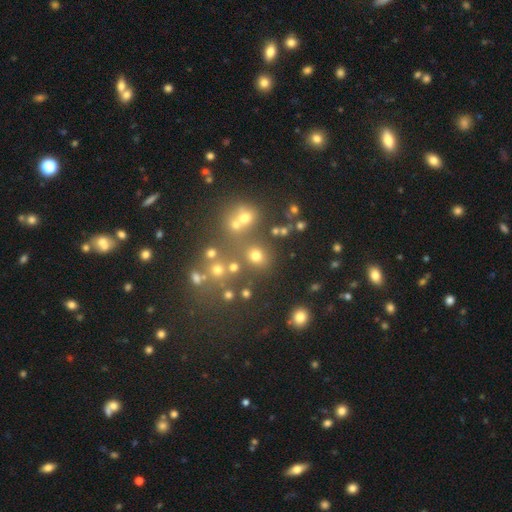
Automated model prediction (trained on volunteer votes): A smooth galaxy with no disk features (62%) that is round (75%). Merging: none (68%).